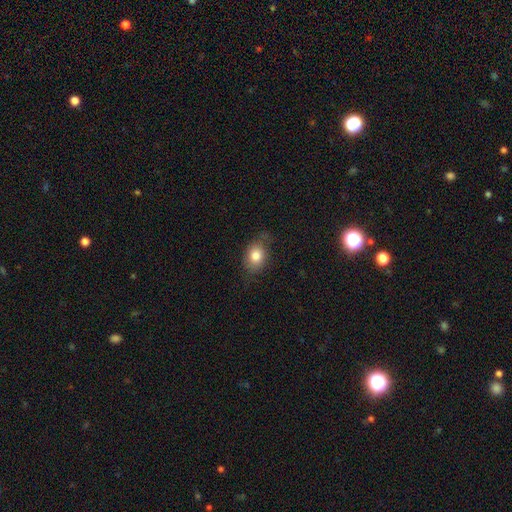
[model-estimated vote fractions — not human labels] Overall: smooth (80%). How rounded: in between (57%; round 42%). Merging: none (66%).